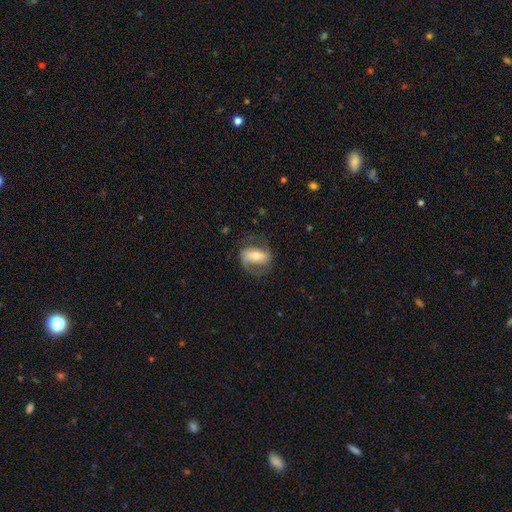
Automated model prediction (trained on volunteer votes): A featured or disk galaxy (58%) with a strong bar (48%), spiral arms (74%) and a moderate central bulge (54%).

Vote fractions:
- Smooth or featured? featured or disk: 58% / smooth: 35% / star or artifact: 7%
- Edge-on disk? no: 91% / yes: 9%
- Bar? strong: 48% / weak: 27% / no: 25%
- Spiral arms? yes: 74% / no: 26%
- Bulge size? moderate: 54% / small: 35% / large: 8% / none: 2% / dominant: 2%
- Merging? none: 65% / minor disturbance: 20% / major disturbance: 14% / merger: 1%